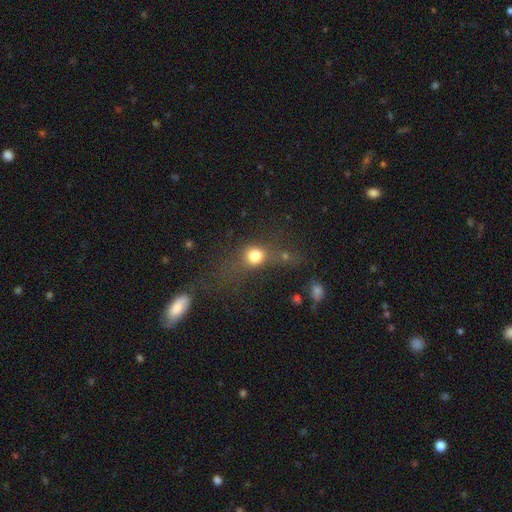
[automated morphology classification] This is likely a smooth galaxy (69%). How rounded: likely round (68%). Merging: marginally none (44%).